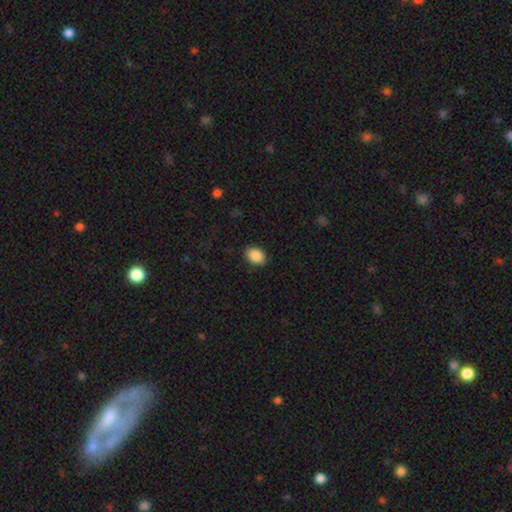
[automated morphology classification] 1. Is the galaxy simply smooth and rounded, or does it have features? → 89% smooth, 8% star or artifact, 3% featured or disk.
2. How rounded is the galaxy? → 71% in between, 28% round, 1% cigar-shaped.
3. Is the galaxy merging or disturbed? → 88% none, 9% minor disturbance, 2% major disturbance, 1% merger.